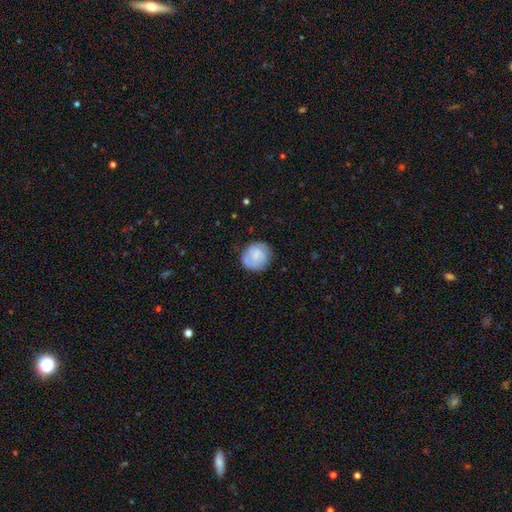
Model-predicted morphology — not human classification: Smooth or featured: smooth — 56% (featured or disk — 36%)
How rounded: round — 90% (in between — 9%)
Merging: none — 76% (minor disturbance — 16%)